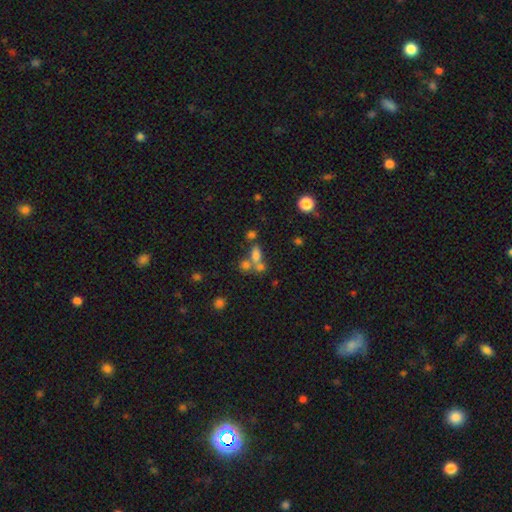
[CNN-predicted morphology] smooth 66%, star or artifact 20%, featured or disk 14%. Down the decision tree: how rounded — in between (70%); merging — merger (47%).